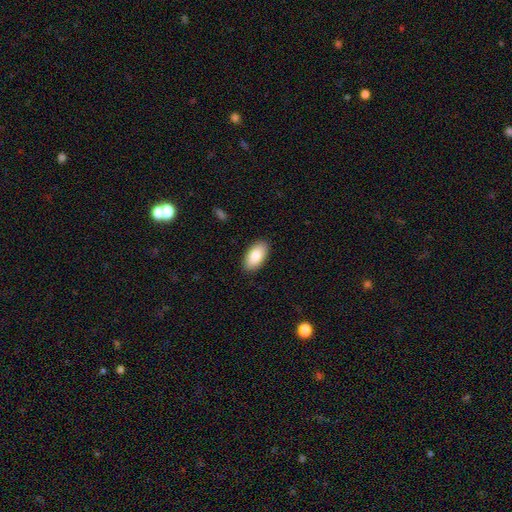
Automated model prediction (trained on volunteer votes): Morphology: type=smooth (85%); roundness=in between (95%); merging=none (89%).